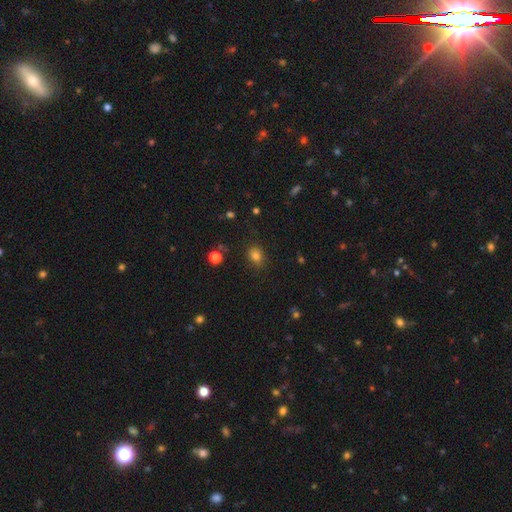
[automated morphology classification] Q: Smooth or featured?
A: smooth (80%); runner-up: star or artifact (14%)
Q: How rounded?
A: round (57%); runner-up: in between (42%)
Q: Merging?
A: none (80%); runner-up: minor disturbance (15%)